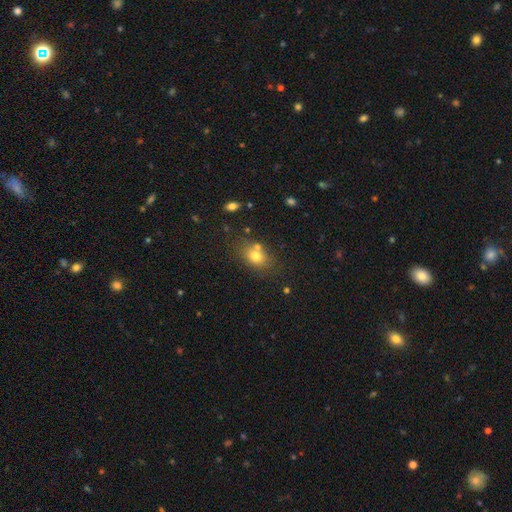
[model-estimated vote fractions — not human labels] Smooth or featured: smooth — 74% (featured or disk — 14%)
How rounded: in between — 72% (round — 27%)
Merging: none — 63% (merger — 19%)